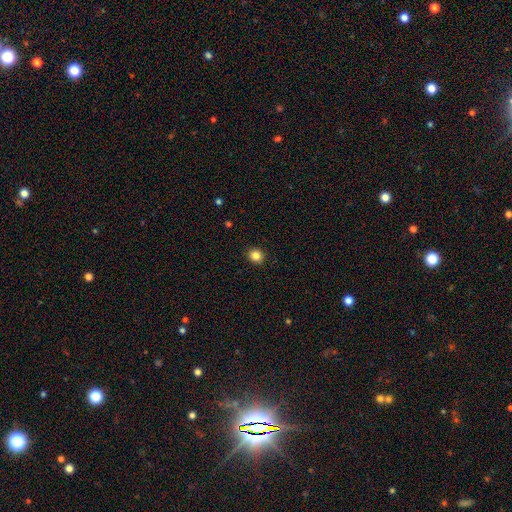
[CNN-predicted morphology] Overall: smooth (84%). How rounded: round (81%). Merging: none (91%).